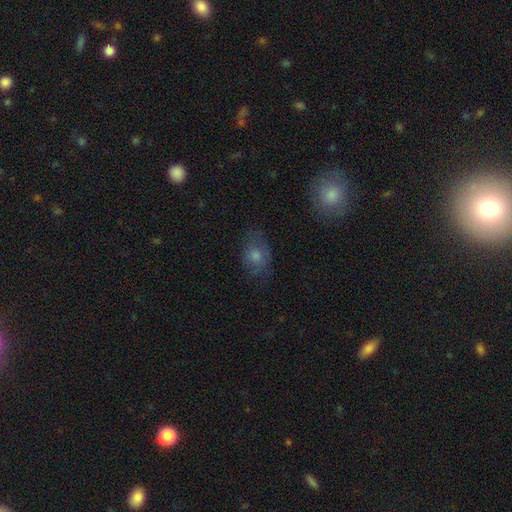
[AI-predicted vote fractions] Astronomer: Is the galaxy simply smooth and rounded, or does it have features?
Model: smooth — 61%.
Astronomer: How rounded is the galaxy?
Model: in between — 67%.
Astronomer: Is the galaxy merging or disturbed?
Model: none — 70%.